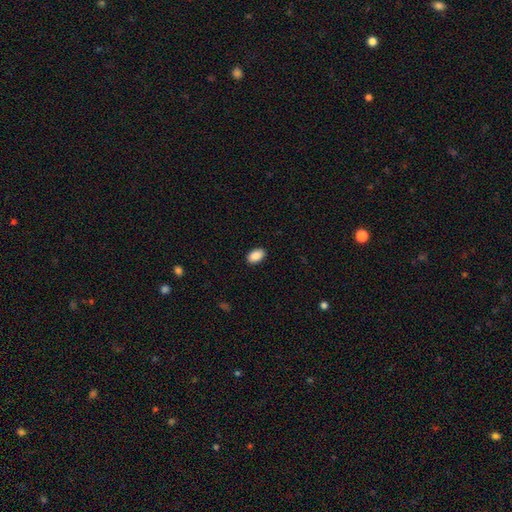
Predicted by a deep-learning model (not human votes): Smooth or featured? smooth (90%)
How rounded? in between (92%)
Merging? none (90%)